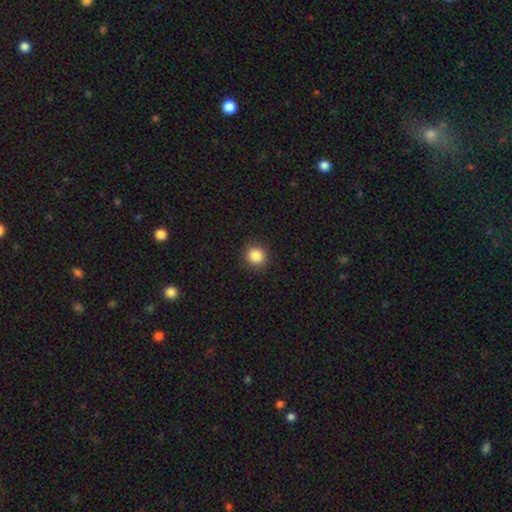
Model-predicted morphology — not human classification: Overall: smooth (86%). How rounded: round (92%). Merging: none (91%).